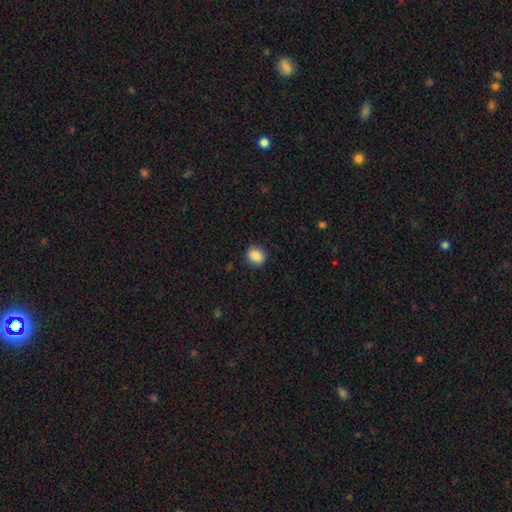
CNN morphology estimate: This appears to be a smooth galaxy with no disk features (86%) that is round (66%). Merging: none (88%).